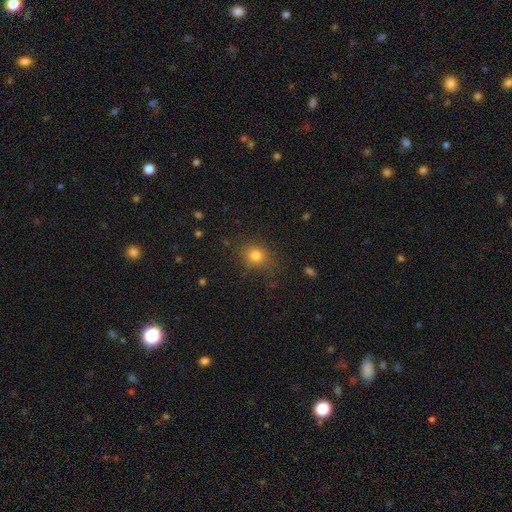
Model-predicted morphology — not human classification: Smooth or featured? Predicted: smooth (p=0.79). How rounded? Predicted: round (p=0.72). Merging? Predicted: none (p=0.79).